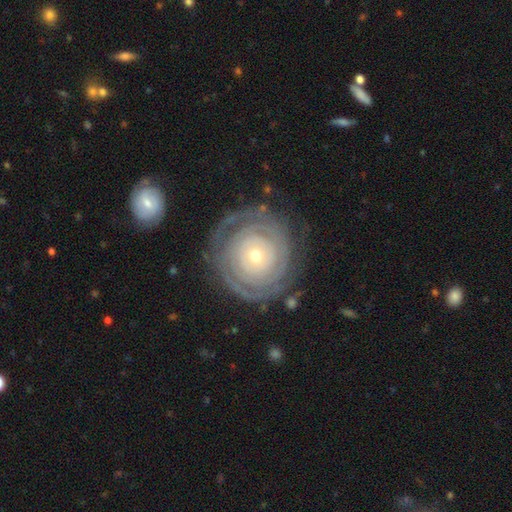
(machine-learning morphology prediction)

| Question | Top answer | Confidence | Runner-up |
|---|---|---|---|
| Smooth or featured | featured or disk | 79% | smooth (15%) |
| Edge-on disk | no | 97% | yes (3%) |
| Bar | no | 85% | weak (11%) |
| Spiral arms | yes | 84% | no (16%) |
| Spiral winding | tight | 88% | medium (9%) |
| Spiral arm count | can't tell | 45% | 2 (19%) |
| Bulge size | small | 59% | moderate (37%) |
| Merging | none | 77% | minor disturbance (14%) |